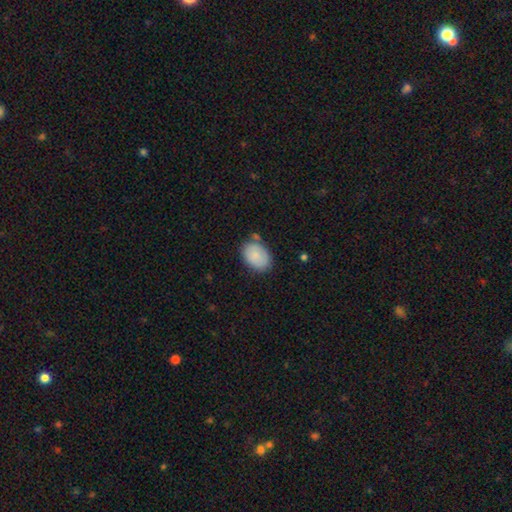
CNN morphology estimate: A smooth galaxy with no disk features (83%) that is in between round and cigar-shaped (81%).

Vote fractions:
- Smooth or featured? smooth: 83% / featured or disk: 11% / star or artifact: 7%
- How rounded? in between: 81% / round: 18% / cigar-shaped: 1%
- Merging? none: 69% / minor disturbance: 20% / merger: 5% / major disturbance: 5%